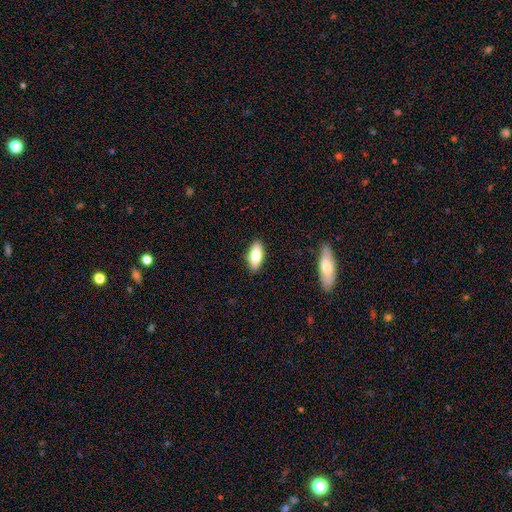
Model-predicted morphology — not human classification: Smooth or featured?
  - smooth: 74% *
  - featured or disk: 19%
  - star or artifact: 7%
How rounded?
  - in between: 80% *
  - cigar-shaped: 18%
  - round: 3%
Merging?
  - none: 87% *
  - minor disturbance: 10%
  - major disturbance: 2%
  - merger: 2%